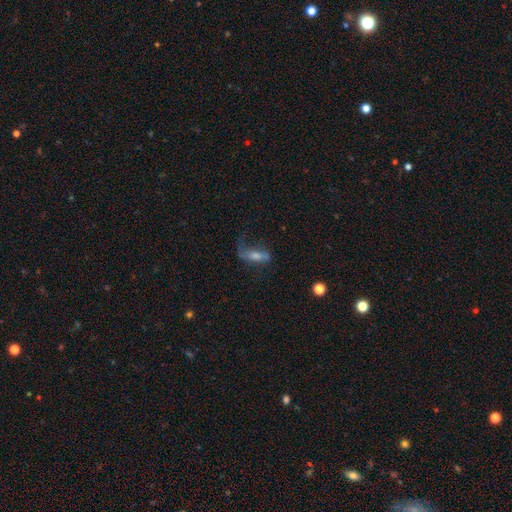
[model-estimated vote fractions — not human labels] featured or disk 50%, smooth 36%, star or artifact 13%. Down the decision tree: edge-on disk — no (69%); merging — none (39%).